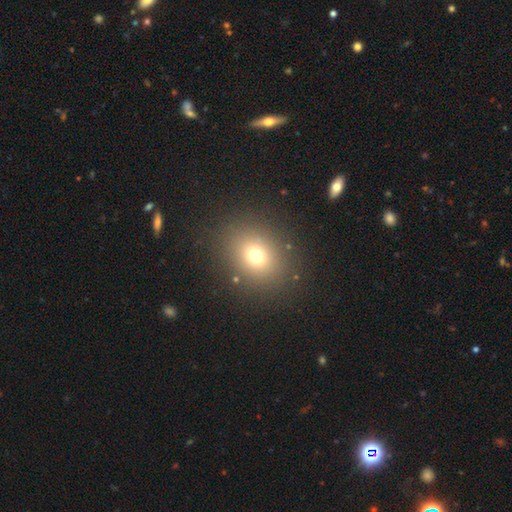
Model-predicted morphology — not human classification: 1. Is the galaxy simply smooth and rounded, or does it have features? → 71% smooth, 18% star or artifact, 11% featured or disk.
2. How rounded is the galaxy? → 62% round, 37% in between, 1% cigar-shaped.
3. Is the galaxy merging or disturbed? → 86% none, 8% minor disturbance, 5% major disturbance, 2% merger.